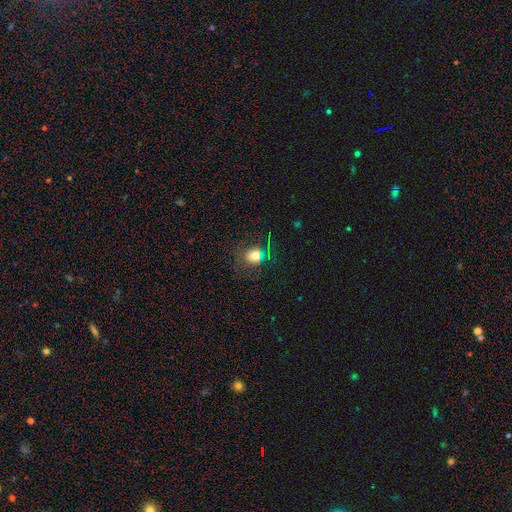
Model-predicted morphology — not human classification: Smooth or featured?
  - smooth: 67% *
  - star or artifact: 23%
  - featured or disk: 10%
How rounded?
  - round: 69% *
  - in between: 29%
  - cigar-shaped: 2%
Merging?
  - none: 74% *
  - minor disturbance: 15%
  - major disturbance: 9%
  - merger: 2%